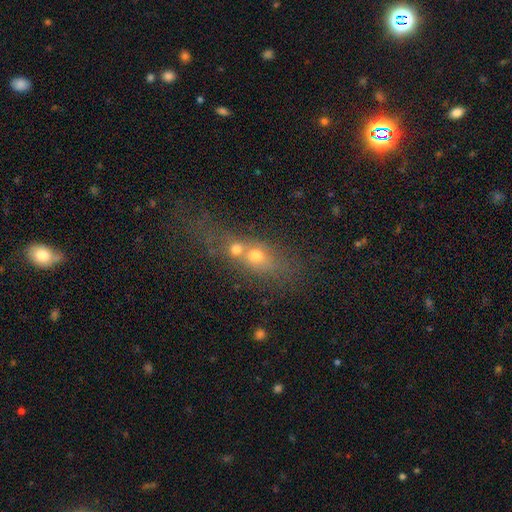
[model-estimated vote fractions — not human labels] Morphology: type=smooth (56%); roundness=in between (43%); merging=merger (61%).